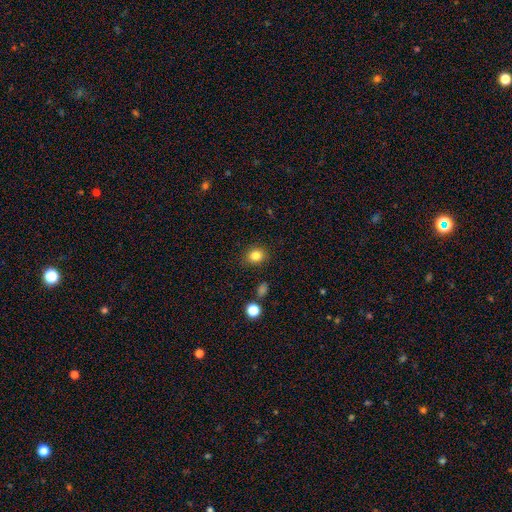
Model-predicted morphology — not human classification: type=smooth (83%); roundness=round (70%); merging=none (86%).